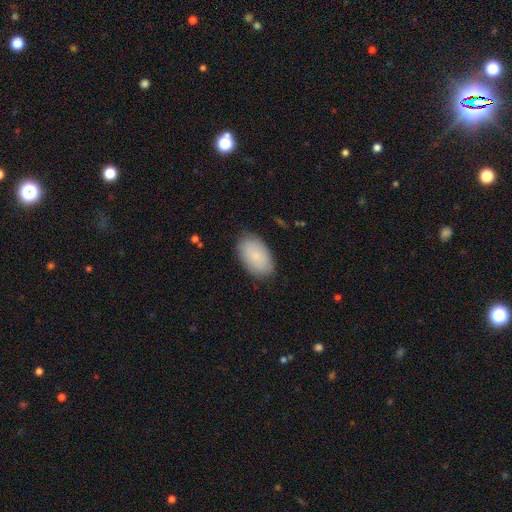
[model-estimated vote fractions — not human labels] Overall: smooth (84%). How rounded: in between (94%). Merging: none (84%).